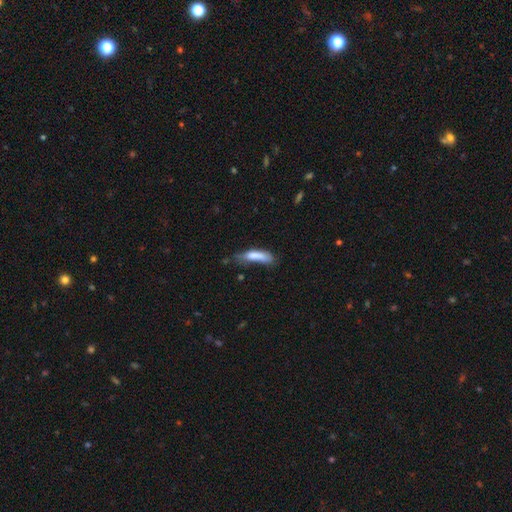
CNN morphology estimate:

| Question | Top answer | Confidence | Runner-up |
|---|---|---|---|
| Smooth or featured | smooth | 74% | featured or disk (18%) |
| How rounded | cigar-shaped | 64% | in between (34%) |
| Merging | minor disturbance | 35% | none (34%) |